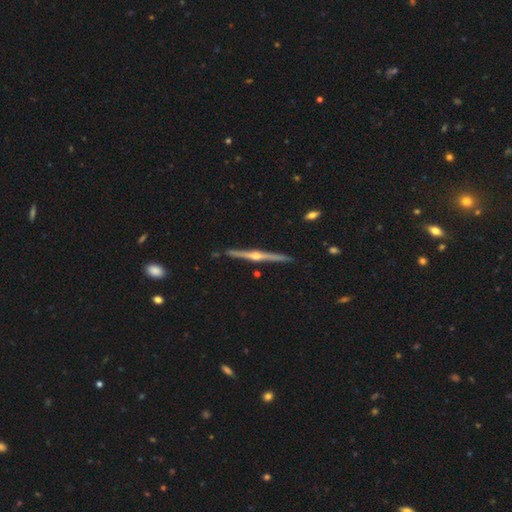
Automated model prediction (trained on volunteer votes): This is clearly a featured or disk galaxy (86%). It is clearly viewed edge-on (99%). Edge-on bulge: clearly rounded (92%). Merging: clearly none (91%).